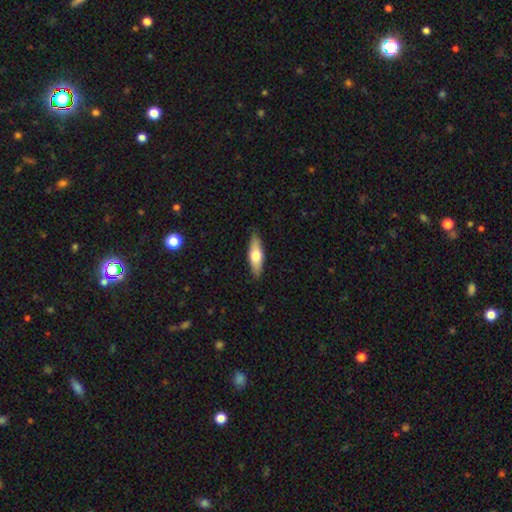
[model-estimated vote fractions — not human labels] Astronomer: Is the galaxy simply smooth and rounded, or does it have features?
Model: smooth — 62%.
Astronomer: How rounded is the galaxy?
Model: in between — 54% (runner-up: cigar-shaped, 43%).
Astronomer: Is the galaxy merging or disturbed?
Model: none — 87%.